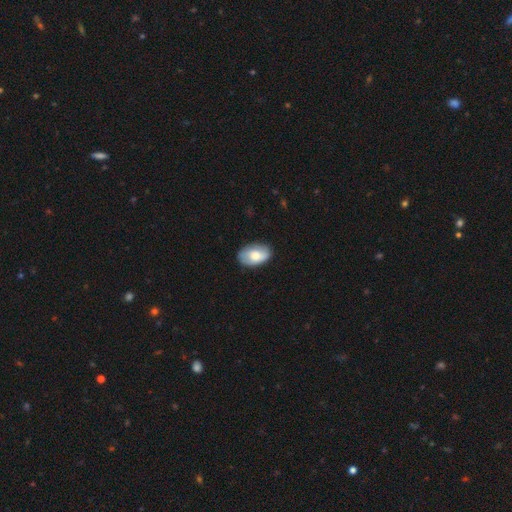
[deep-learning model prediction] Overall: smooth (68%). How rounded: in between (91%). Merging: none (80%).